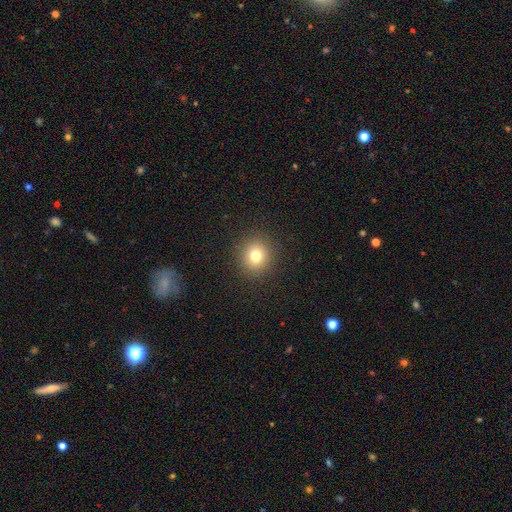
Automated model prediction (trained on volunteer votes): A smooth galaxy with no disk features (78%) that is round (87%).

Vote fractions:
- Smooth or featured? smooth: 78% / star or artifact: 14% / featured or disk: 9%
- How rounded? round: 87% / in between: 12% / cigar-shaped: 1%
- Merging? none: 91% / minor disturbance: 6% / major disturbance: 3% / merger: 1%